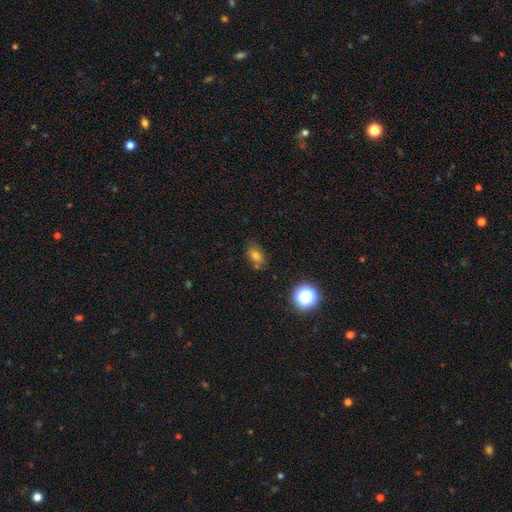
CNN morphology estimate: A smooth galaxy with no disk features (73%) that is in between round and cigar-shaped (80%). Merging: none (66%).